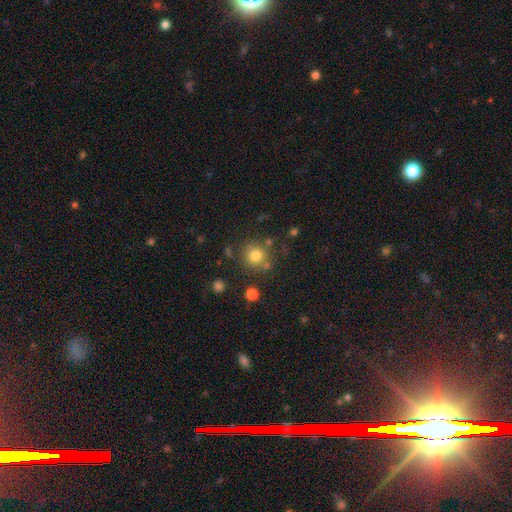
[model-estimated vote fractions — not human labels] smooth-or-featured: smooth: 78% | star or artifact: 13% | featured or disk: 9%
  how-rounded: round: 92% | in between: 7% | cigar-shaped: 1%
  merging: none: 77% | minor disturbance: 10% | merger: 8% | major disturbance: 5%